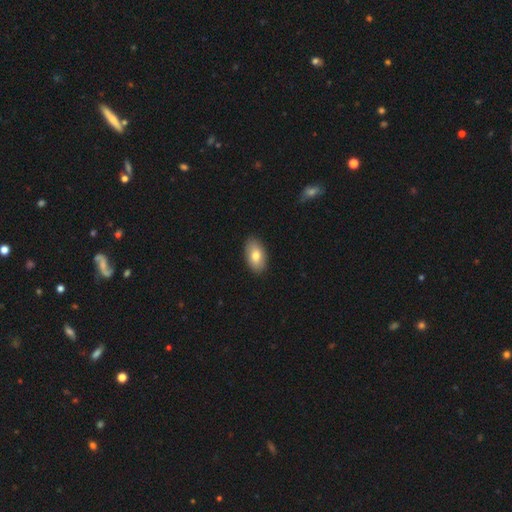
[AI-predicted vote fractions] Morphology: type=smooth (77%); roundness=in between (93%); merging=none (89%).